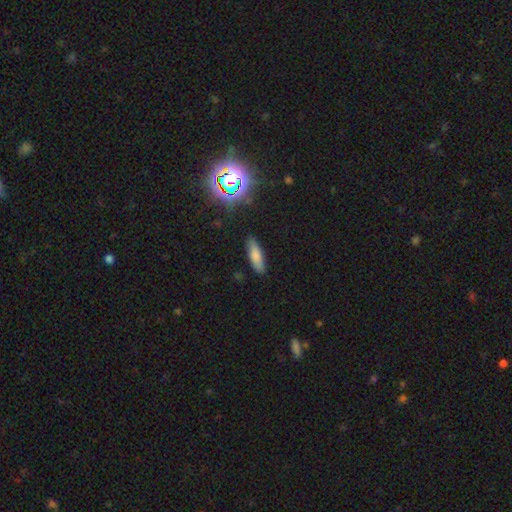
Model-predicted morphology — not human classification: Smooth or featured: smooth — 76% (featured or disk — 13%)
How rounded: cigar-shaped — 52% (in between — 46%)
Merging: none — 85% (minor disturbance — 11%)